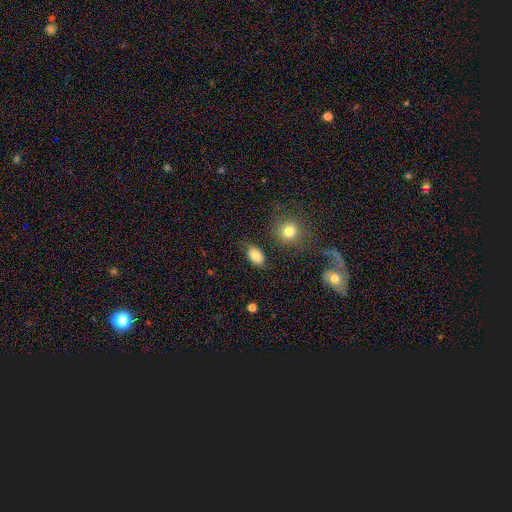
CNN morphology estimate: Overall: smooth (83%). How rounded: in between (90%). Merging: none (79%).